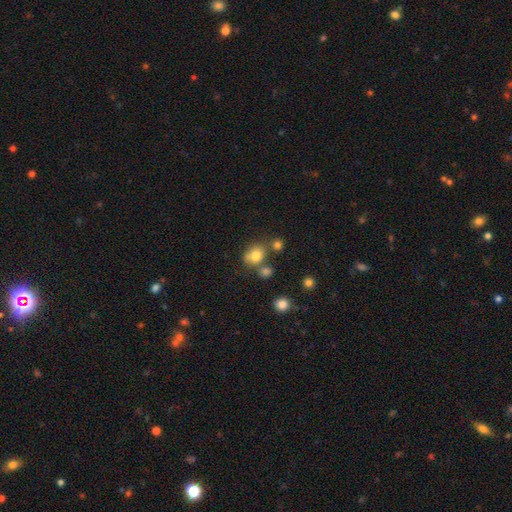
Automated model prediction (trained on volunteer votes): Smooth or featured?
  - smooth: 78% *
  - star or artifact: 12%
  - featured or disk: 10%
How rounded?
  - round: 62% *
  - in between: 37%
  - cigar-shaped: 1%
Merging?
  - none: 59% *
  - merger: 20%
  - minor disturbance: 16%
  - major disturbance: 6%